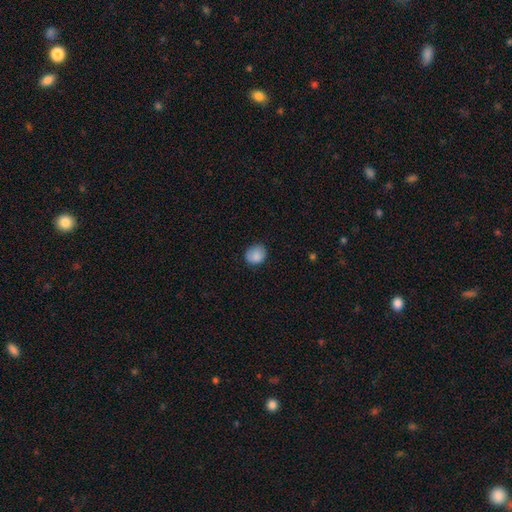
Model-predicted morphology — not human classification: type=smooth (86%); roundness=round (72%); merging=none (76%).